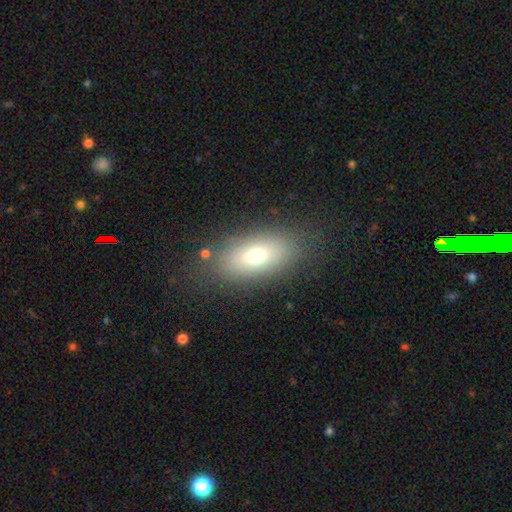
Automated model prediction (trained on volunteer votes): This appears to be a smooth galaxy with no disk features (71%) that is in between round and cigar-shaped (84%). Merging: none (82%).